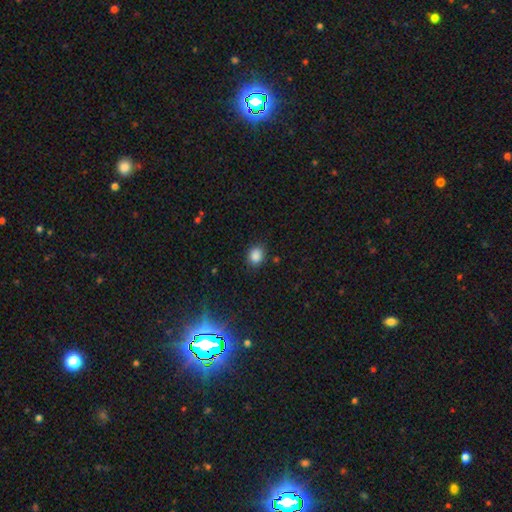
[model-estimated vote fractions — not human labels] Q: Smooth or featured?
A: smooth (85%); runner-up: star or artifact (11%)
Q: How rounded?
A: round (56%); runner-up: in between (43%)
Q: Merging?
A: none (82%); runner-up: minor disturbance (13%)